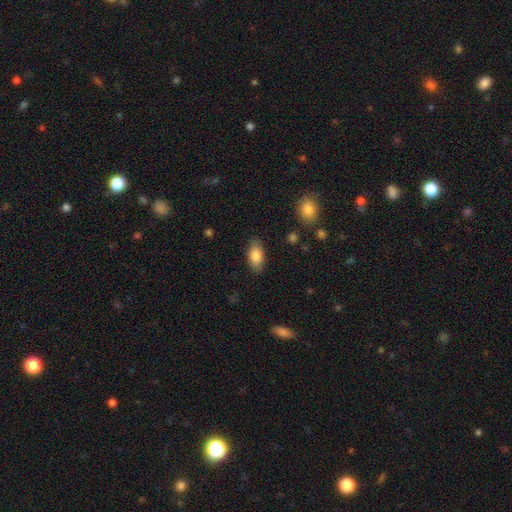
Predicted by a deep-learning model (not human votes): Smooth or featured: smooth — 85% (featured or disk — 8%)
How rounded: in between — 90% (cigar-shaped — 6%)
Merging: none — 85% (minor disturbance — 11%)